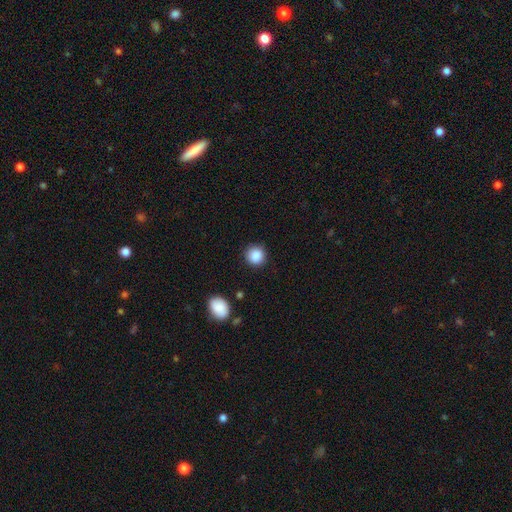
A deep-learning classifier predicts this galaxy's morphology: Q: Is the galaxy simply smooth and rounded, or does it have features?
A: smooth — 88%.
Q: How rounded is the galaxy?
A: round — 91%.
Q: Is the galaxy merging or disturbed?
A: none — 88%.